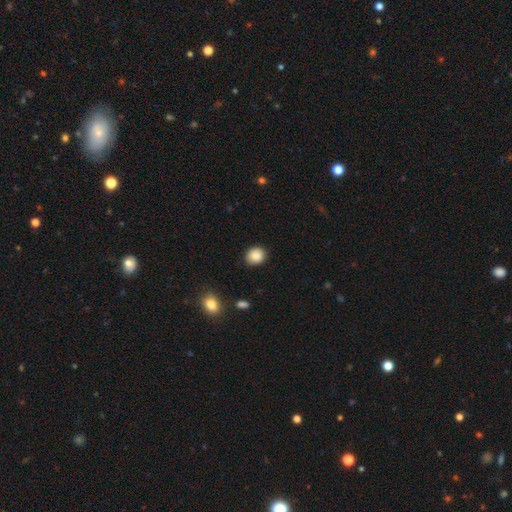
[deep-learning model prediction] Smooth or featured?
  - smooth: 88% *
  - star or artifact: 8%
  - featured or disk: 3%
How rounded?
  - round: 74% *
  - in between: 25%
  - cigar-shaped: 1%
Merging?
  - none: 89% *
  - minor disturbance: 8%
  - major disturbance: 2%
  - merger: 1%